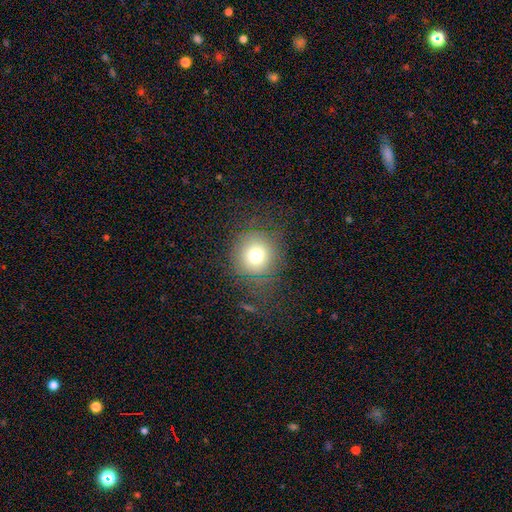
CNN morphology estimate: A smooth galaxy with no disk features (73%) that is round (90%).

Vote fractions:
- Smooth or featured? smooth: 73% / star or artifact: 15% / featured or disk: 12%
- How rounded? round: 90% / in between: 9% / cigar-shaped: 1%
- Merging? none: 80% / minor disturbance: 11% / major disturbance: 8% / merger: 1%